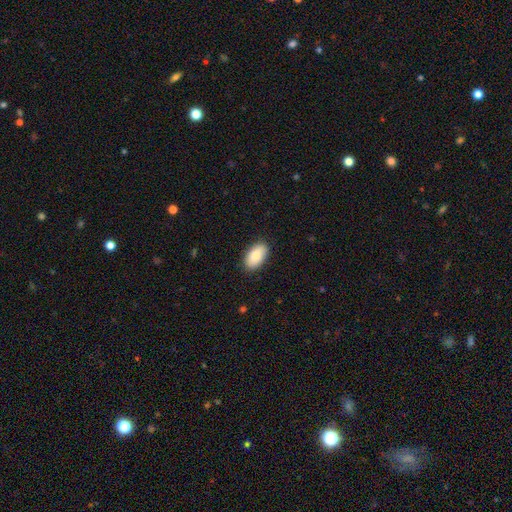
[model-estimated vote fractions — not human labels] This appears to be a smooth galaxy with no disk features (87%) that is in between round and cigar-shaped (95%). Merging: none (88%).